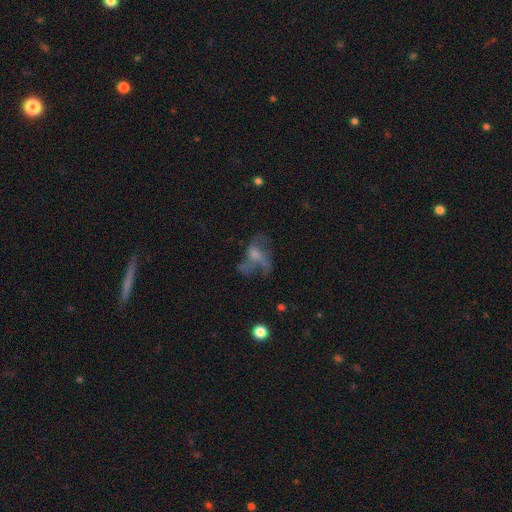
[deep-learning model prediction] A featured or disk galaxy (50%). Merging: major disturbance (46%).